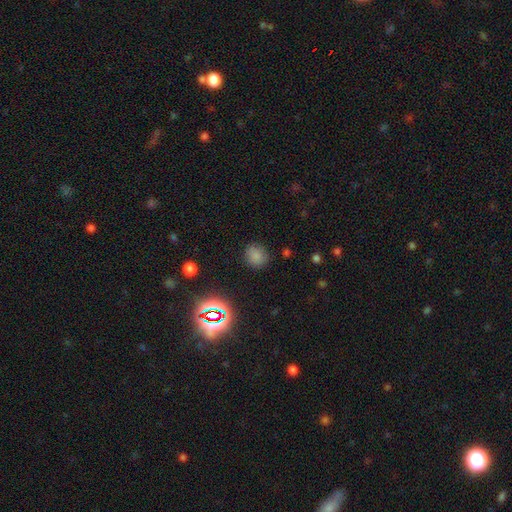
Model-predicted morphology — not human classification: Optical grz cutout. It shows a smooth galaxy with no disk features (76%) that is round (80%). Merging: none (85%).